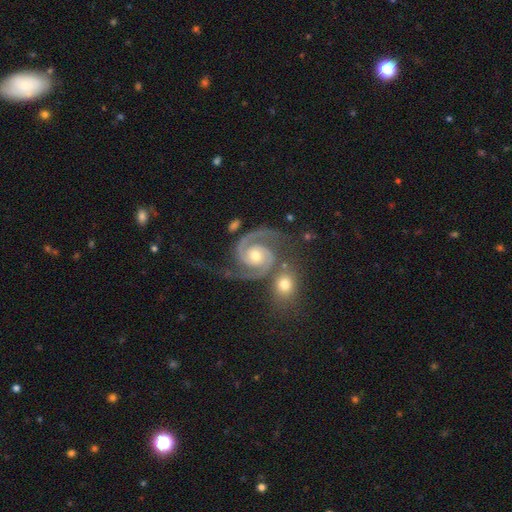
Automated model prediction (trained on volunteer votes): Smooth or featured: featured or disk — 93% (star or artifact — 4%)
Edge-on disk: no — 98% (yes — 2%)
Bar: no — 66% (weak — 24%)
Spiral arms: yes — 99% (no — 1%)
Spiral winding: tight — 48% (medium — 46%)
Spiral arm count: 2 — 93% (3 — 2%)
Bulge size: moderate — 65% (small — 30%)
Merging: none — 62% (minor disturbance — 15%)